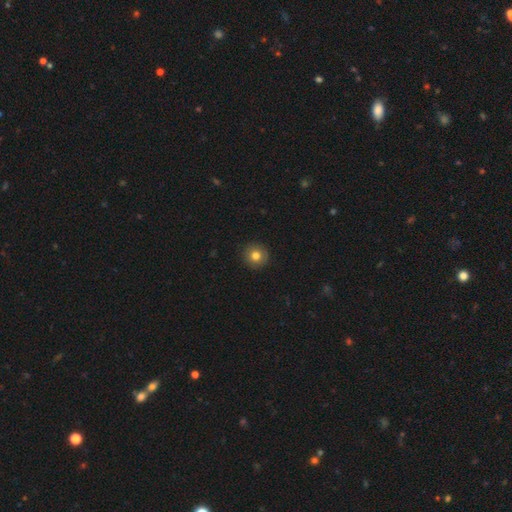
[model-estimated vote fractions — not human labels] smooth-or-featured: smooth: 79% | featured or disk: 11% | star or artifact: 10%
  how-rounded: round: 95% | in between: 4% | cigar-shaped: 1%
  merging: none: 92% | minor disturbance: 5% | major disturbance: 2% | merger: 1%